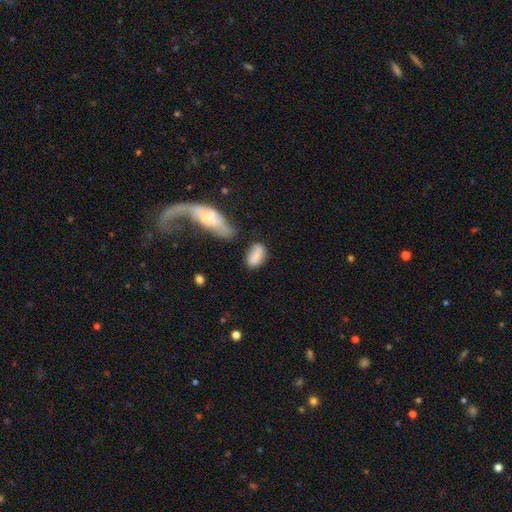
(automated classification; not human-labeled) Smooth or featured? Predicted: smooth (p=0.78). How rounded? Predicted: in between (p=0.89). Merging? Predicted: none (p=0.53).